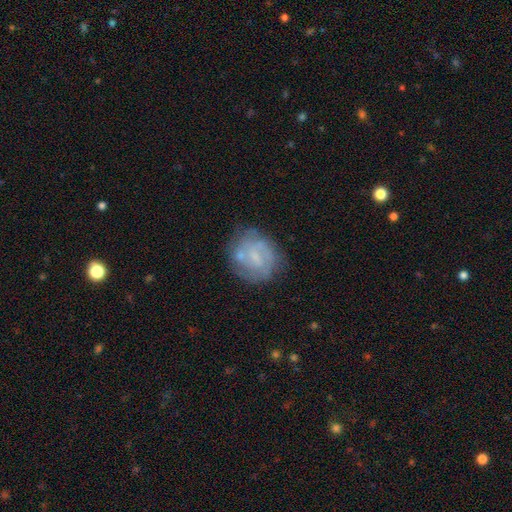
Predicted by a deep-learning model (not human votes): Overall: featured or disk (62%; smooth 30%). Edge-on disk: no (98%). Bar: no (45%, tied with weak). Spiral arms: yes (66%; no 34%). Bulge size: small (48%; none 31%). Merging: none (64%).